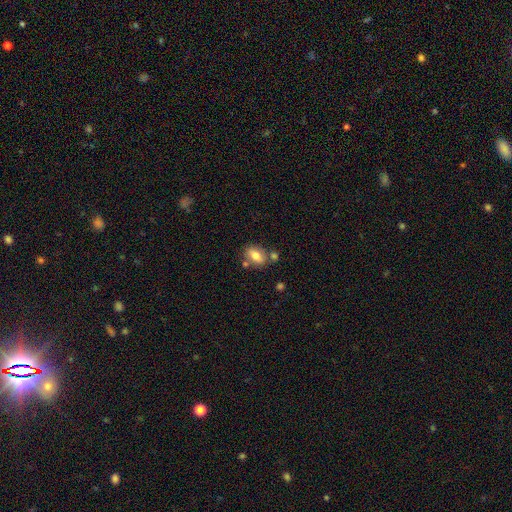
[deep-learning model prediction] This is likely a smooth galaxy (76%). How rounded: clearly in between (82%). Merging: likely none (65%).